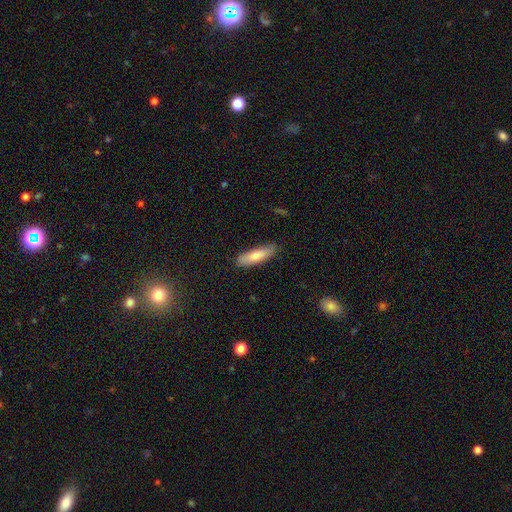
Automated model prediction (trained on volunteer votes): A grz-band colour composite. It shows a smooth galaxy with no disk features (69%) that is cigar-shaped (70%). Merging: none (84%).